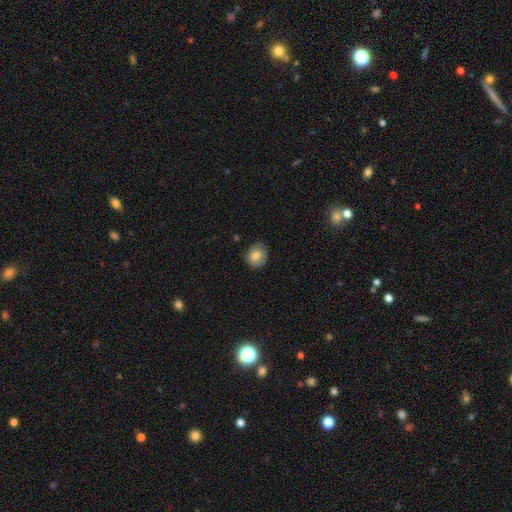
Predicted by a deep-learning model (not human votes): smooth-or-featured: smooth: 78% | featured or disk: 14% | star or artifact: 8%
  how-rounded: round: 66% | in between: 33% | cigar-shaped: 1%
  merging: none: 75% | minor disturbance: 20% | major disturbance: 4% | merger: 1%